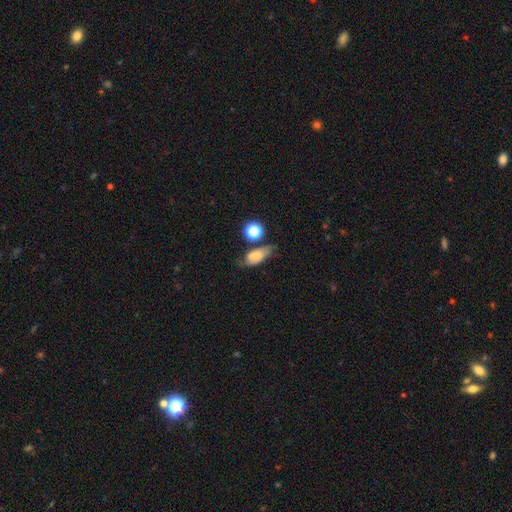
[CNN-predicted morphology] This appears to be a smooth galaxy with no disk features (66%) that is in between round and cigar-shaped (77%). Merging: none (47%).